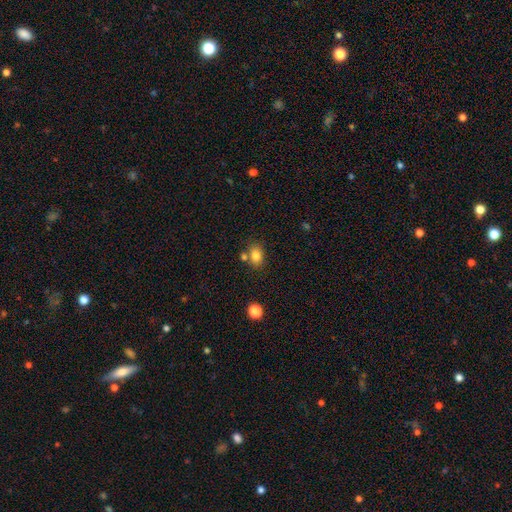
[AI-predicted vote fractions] A smooth galaxy with no disk features (81%) that is in between round and cigar-shaped (68%). Merging: none (65%).